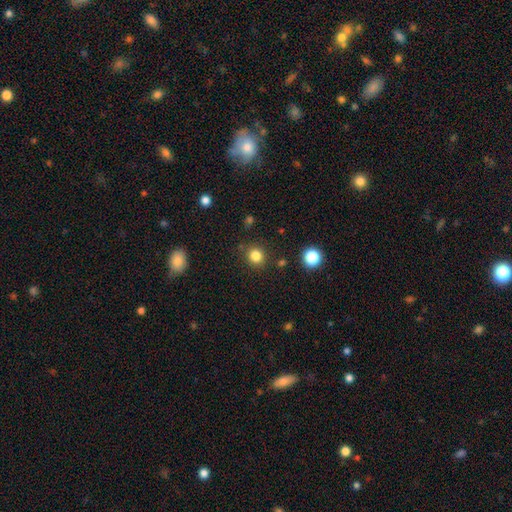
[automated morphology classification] A smooth galaxy with no disk features (82%) that is round (88%).

Vote fractions:
- Smooth or featured? smooth: 82% / star or artifact: 13% / featured or disk: 5%
- How rounded? round: 88% / in between: 11% / cigar-shaped: 1%
- Merging? none: 87% / minor disturbance: 8% / merger: 3% / major disturbance: 3%